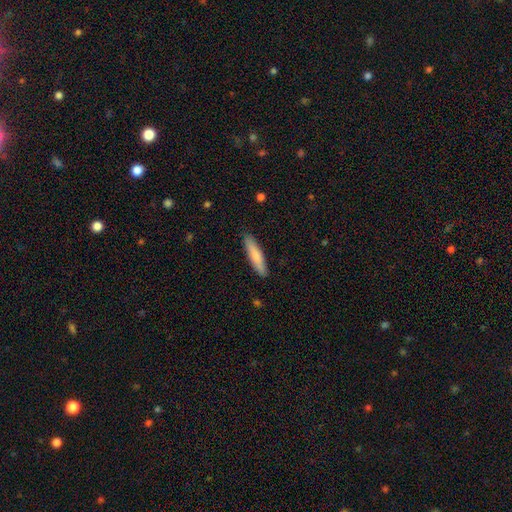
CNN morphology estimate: type=smooth (76%); roundness=cigar-shaped (83%); merging=none (89%).